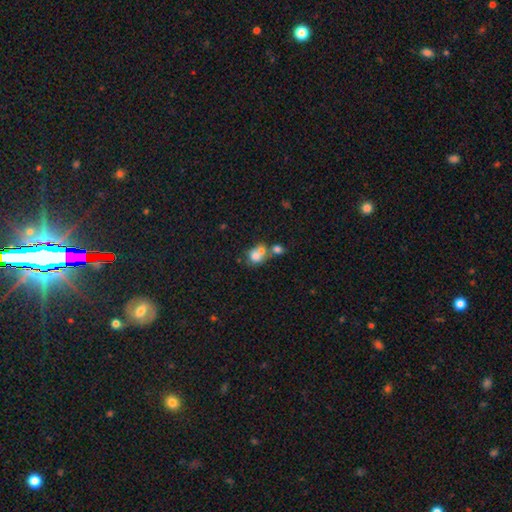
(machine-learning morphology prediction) Smooth or featured? Predicted: smooth (p=0.71). How rounded? Predicted: round (p=0.60). Merging? Predicted: merger (p=0.63).